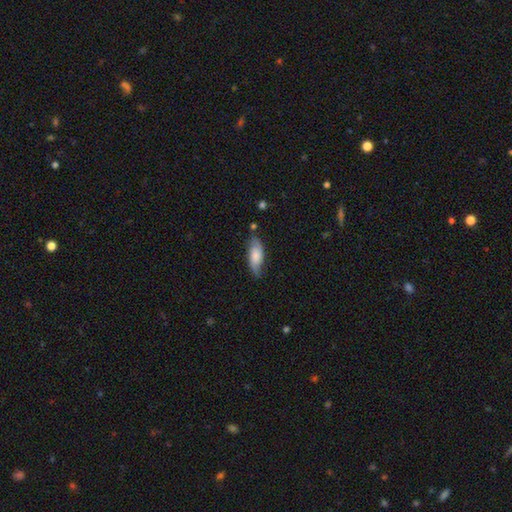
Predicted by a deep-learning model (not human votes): A smooth galaxy with no disk features (67%) that is in between round and cigar-shaped (73%). Merging: none (68%).